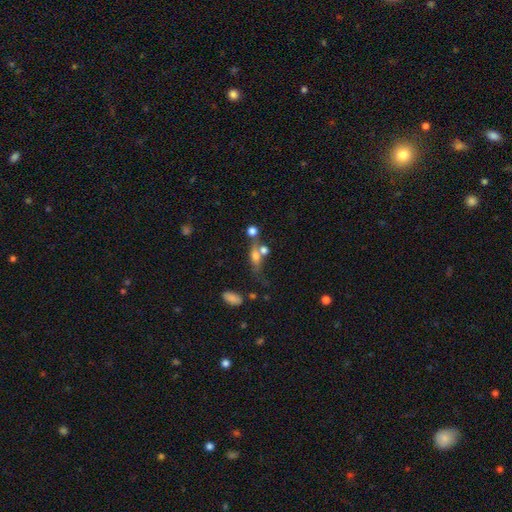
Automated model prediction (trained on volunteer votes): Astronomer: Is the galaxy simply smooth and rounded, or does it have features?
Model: smooth — 57%.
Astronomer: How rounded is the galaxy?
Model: in between — 53% (runner-up: cigar-shaped, 29%).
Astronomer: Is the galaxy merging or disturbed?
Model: none — 37% (runner-up: merger, 36%).